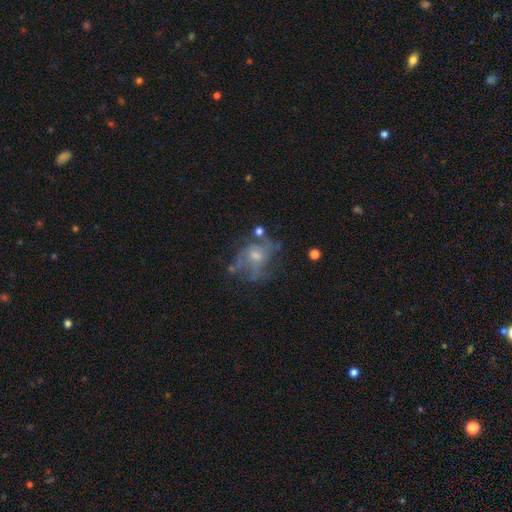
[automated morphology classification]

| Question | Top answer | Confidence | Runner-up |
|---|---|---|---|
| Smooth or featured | featured or disk | 67% | smooth (20%) |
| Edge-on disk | no | 97% | yes (3%) |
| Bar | no | 71% | weak (25%) |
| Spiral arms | yes | 63% | no (37%) |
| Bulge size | small | 48% | moderate (41%) |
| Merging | none | 46% | major disturbance (27%) |